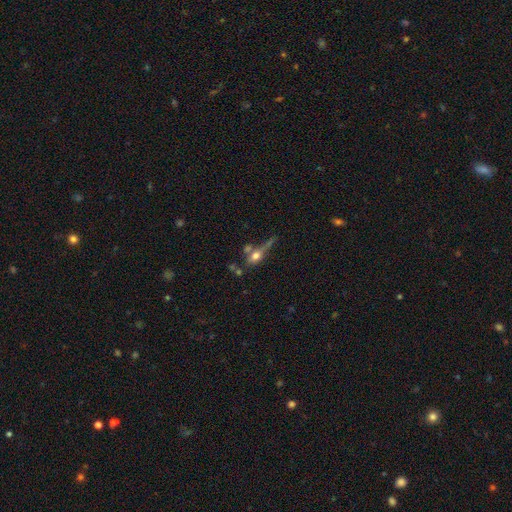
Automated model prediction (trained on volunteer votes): This is possibly a smooth galaxy (53%). How rounded: possibly in between (50%). Merging: marginally none (37%).